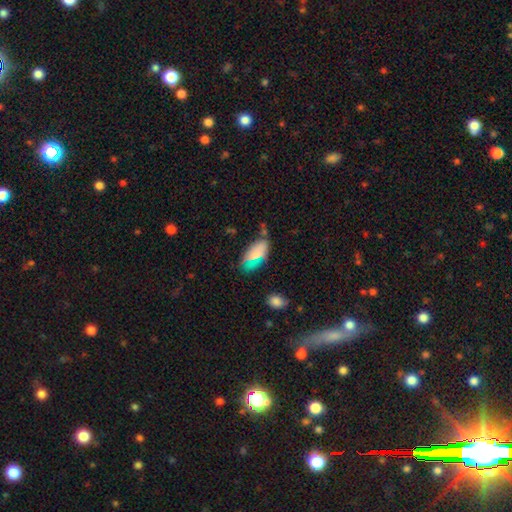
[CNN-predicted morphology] Overall: smooth (76%). How rounded: in between (90%). Merging: none (68%).